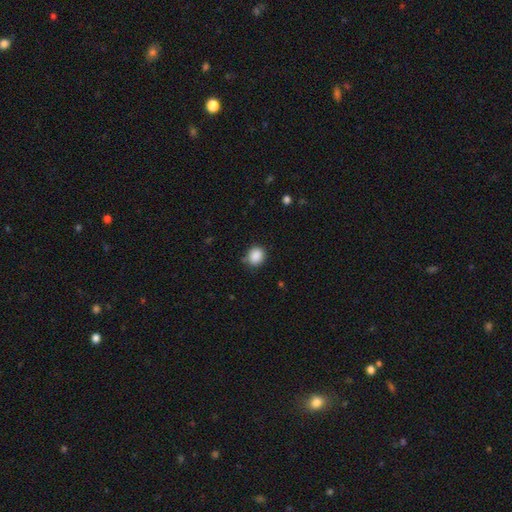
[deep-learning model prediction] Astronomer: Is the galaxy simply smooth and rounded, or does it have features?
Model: smooth — 88%.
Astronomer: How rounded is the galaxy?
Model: round — 70%.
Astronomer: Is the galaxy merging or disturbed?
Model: none — 81%.